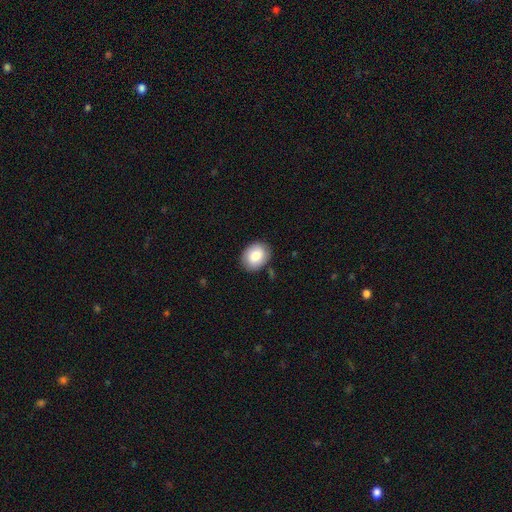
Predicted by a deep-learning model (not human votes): A smooth galaxy with no disk features (82%) that is in between round and cigar-shaped (59%).

Vote fractions:
- Smooth or featured? smooth: 82% / featured or disk: 11% / star or artifact: 7%
- How rounded? in between: 59% / round: 40% / cigar-shaped: 1%
- Merging? none: 85% / minor disturbance: 11% / major disturbance: 2% / merger: 2%